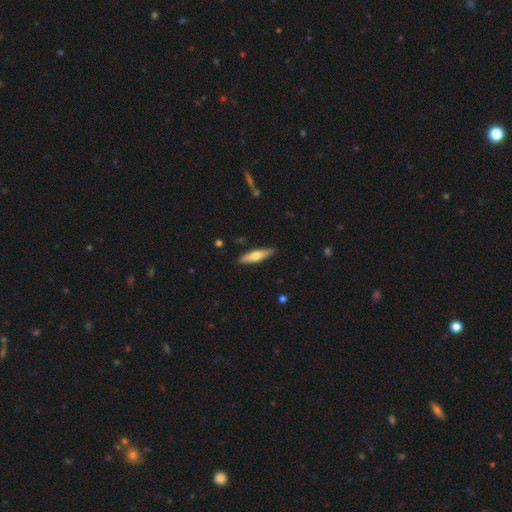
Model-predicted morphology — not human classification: Overall: smooth (59%; featured or disk 36%). How rounded: cigar-shaped (75%). Merging: none (89%).